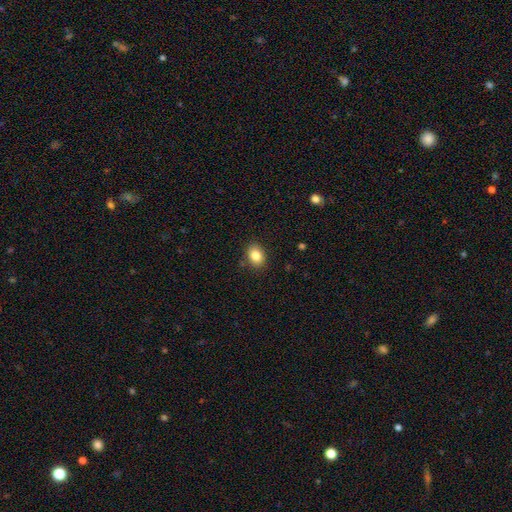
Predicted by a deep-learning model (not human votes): Smooth or featured?
  - smooth: 84% *
  - star or artifact: 9%
  - featured or disk: 7%
How rounded?
  - in between: 61% *
  - round: 38%
  - cigar-shaped: 1%
Merging?
  - none: 87% *
  - minor disturbance: 9%
  - major disturbance: 2%
  - merger: 1%